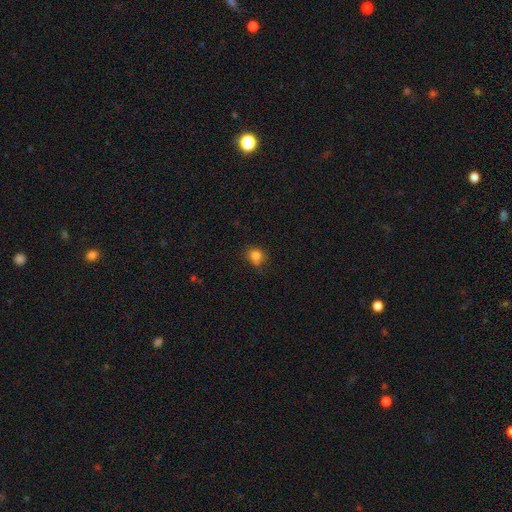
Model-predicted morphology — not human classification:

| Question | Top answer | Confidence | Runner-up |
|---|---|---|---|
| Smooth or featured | smooth | 82% | star or artifact (12%) |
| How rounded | round | 76% | in between (23%) |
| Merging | none | 69% | minor disturbance (20%) |